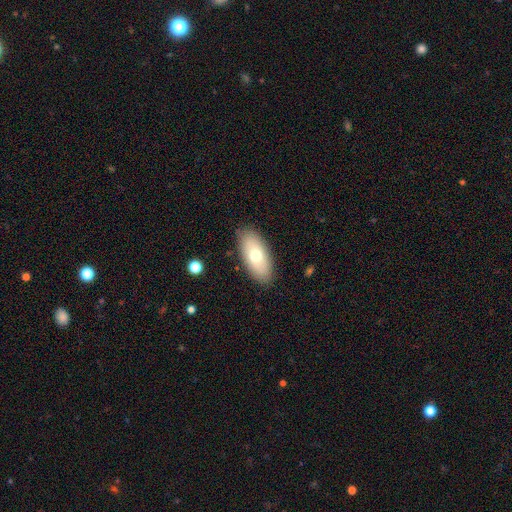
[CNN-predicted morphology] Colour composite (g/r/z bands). It shows a smooth galaxy with no disk features (70%) that is in between round and cigar-shaped (88%). Merging: none (87%).